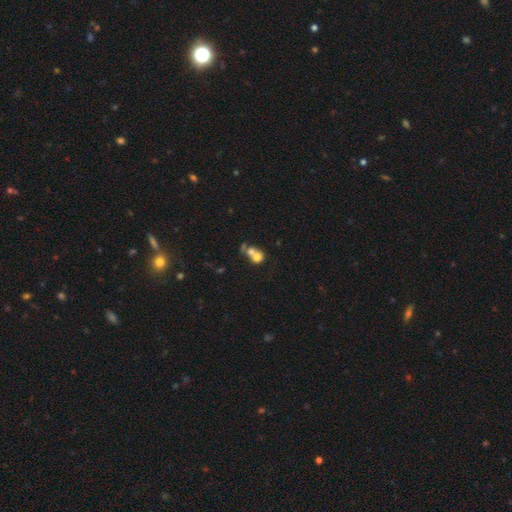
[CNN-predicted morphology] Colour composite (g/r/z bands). It shows a smooth galaxy with no disk features (67%) that is round (70%). Merging: merger (65%).